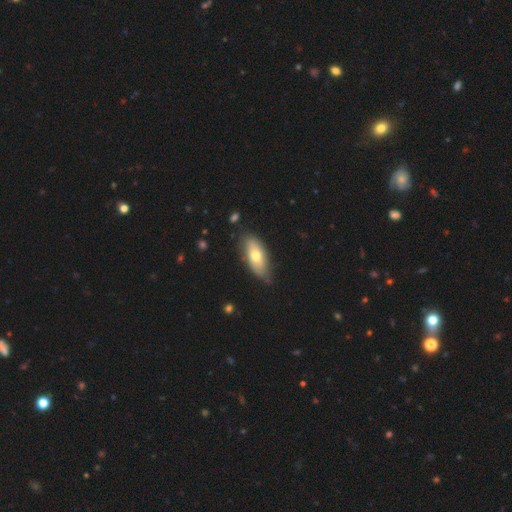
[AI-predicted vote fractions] This appears to be a smooth galaxy with no disk features (63%) that is in between round and cigar-shaped (83%). Merging: none (72%).